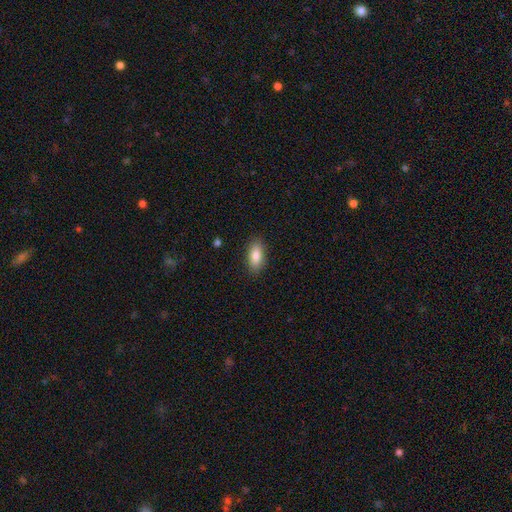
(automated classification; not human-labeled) Smooth or featured? Predicted: smooth (p=0.84). How rounded? Predicted: in between (p=0.88). Merging? Predicted: none (p=0.88).